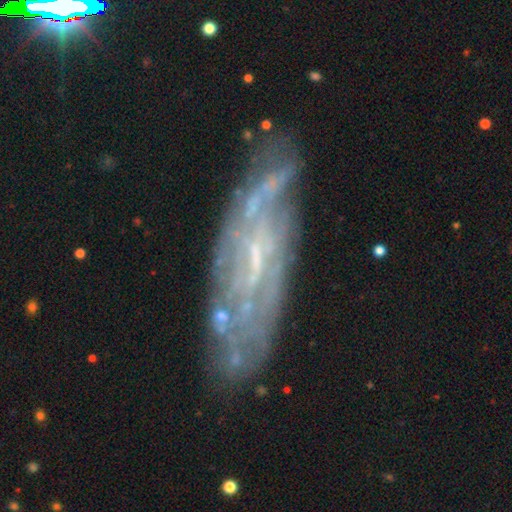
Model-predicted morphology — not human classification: featured or disk 77%, smooth 12%, star or artifact 11%. Down the decision tree: edge-on disk — no (78%); bar — no (44%); spiral arms — yes (82%); bulge size — small (65%); merging — none (72%).